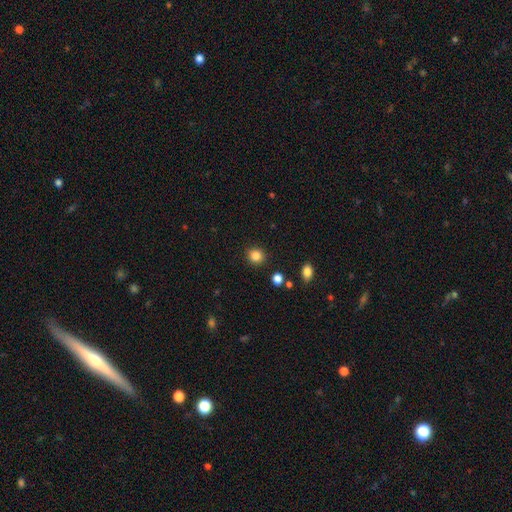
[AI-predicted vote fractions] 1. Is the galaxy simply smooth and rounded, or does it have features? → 84% smooth, 11% star or artifact, 4% featured or disk.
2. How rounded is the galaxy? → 83% round, 16% in between, 1% cigar-shaped.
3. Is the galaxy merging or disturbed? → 89% none, 6% minor disturbance, 2% major disturbance, 2% merger.